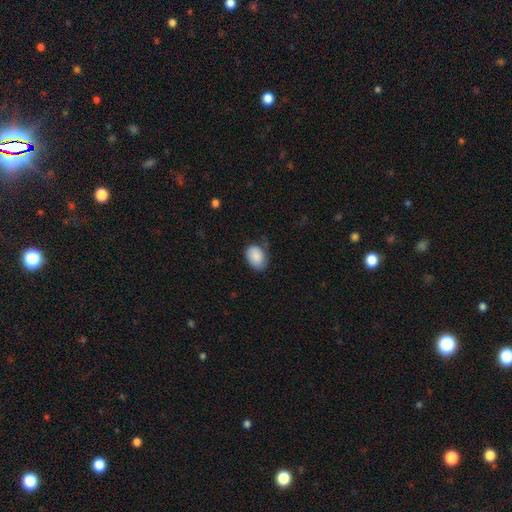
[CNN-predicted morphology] Smooth or featured? Predicted: smooth (p=0.85). How rounded? Predicted: in between (p=0.79). Merging? Predicted: none (p=0.59).